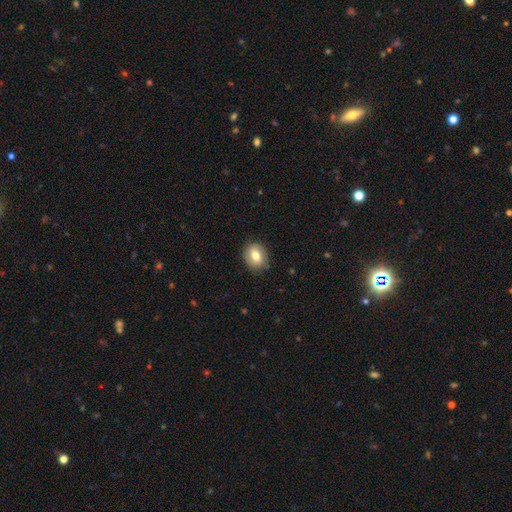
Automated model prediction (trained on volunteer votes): This is likely a smooth galaxy (74%). How rounded: possibly in between (54%). Merging: clearly none (85%).